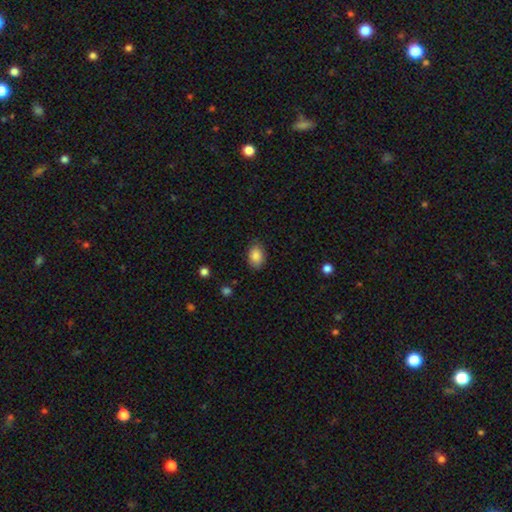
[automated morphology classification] Smooth or featured?
  - smooth: 88% *
  - star or artifact: 8%
  - featured or disk: 5%
How rounded?
  - in between: 84% *
  - round: 15%
  - cigar-shaped: 1%
Merging?
  - none: 86% *
  - minor disturbance: 11%
  - major disturbance: 3%
  - merger: 1%